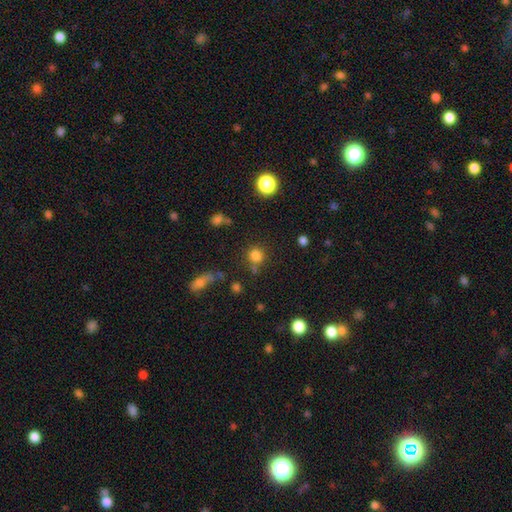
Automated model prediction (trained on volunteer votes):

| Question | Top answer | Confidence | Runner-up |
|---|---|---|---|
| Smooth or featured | smooth | 78% | star or artifact (15%) |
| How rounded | round | 88% | in between (11%) |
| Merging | none | 68% | merger (14%) |